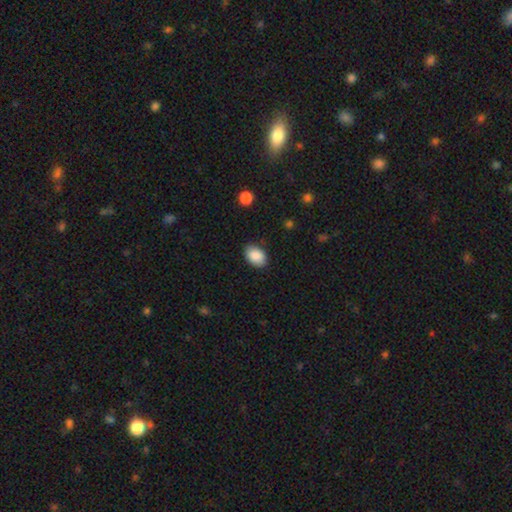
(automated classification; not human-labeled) Smooth or featured? Predicted: smooth (p=0.89). How rounded? Predicted: in between (p=0.86). Merging? Predicted: none (p=0.85).